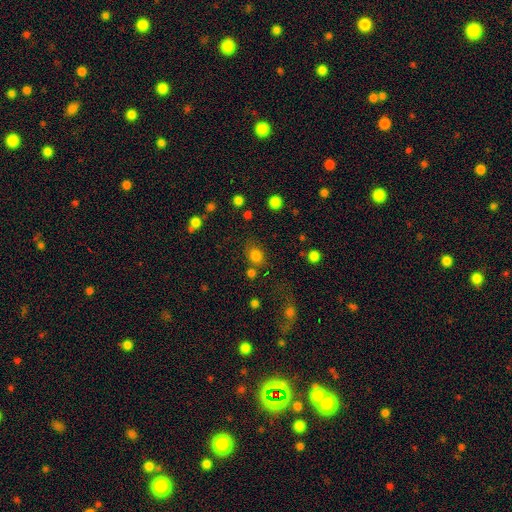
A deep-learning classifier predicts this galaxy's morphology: A smooth galaxy with no disk features (80%) that is round (64%).

Vote fractions:
- Smooth or featured? smooth: 80% / star or artifact: 14% / featured or disk: 6%
- How rounded? round: 64% / in between: 34% / cigar-shaped: 1%
- Merging? none: 70% / minor disturbance: 14% / merger: 10% / major disturbance: 6%